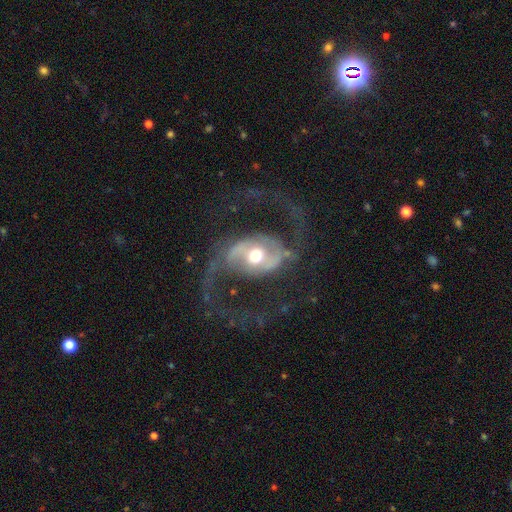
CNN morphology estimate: Smooth or featured?
  - featured or disk: 82% *
  - smooth: 12%
  - star or artifact: 5%
Edge-on disk?
  - no: 96% *
  - yes: 4%
Bar?
  - no: 41% *
  - weak: 32%
  - strong: 27%
Spiral arms?
  - yes: 84% *
  - no: 16%
Spiral winding?
  - loose: 54% *
  - medium: 35%
  - tight: 11%
Spiral arm count?
  - 2: 89% *
  - can't tell: 4%
  - 1: 3%
  - 3: 2%
  - 4: 1%
  - more than 4: 1%
Bulge size?
  - moderate: 75% *
  - large: 14%
  - small: 9%
  - dominant: 2%
  - none: 1%
Merging?
  - none: 52% *
  - major disturbance: 29%
  - minor disturbance: 16%
  - merger: 3%